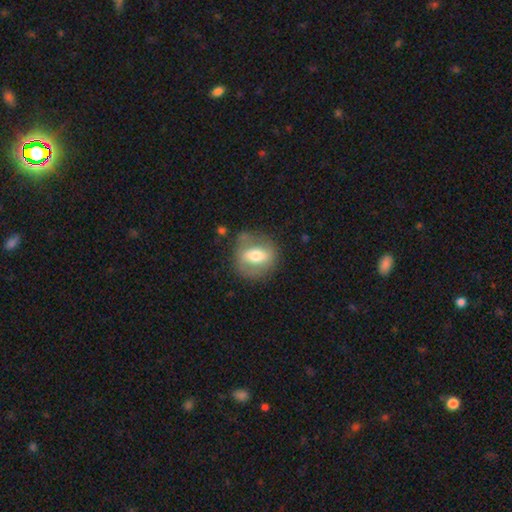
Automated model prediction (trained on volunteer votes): Q: Smooth or featured?
A: featured or disk (53%); runner-up: smooth (40%)
Q: Edge-on disk?
A: no (89%); runner-up: yes (11%)
Q: Merging?
A: none (72%); runner-up: minor disturbance (17%)